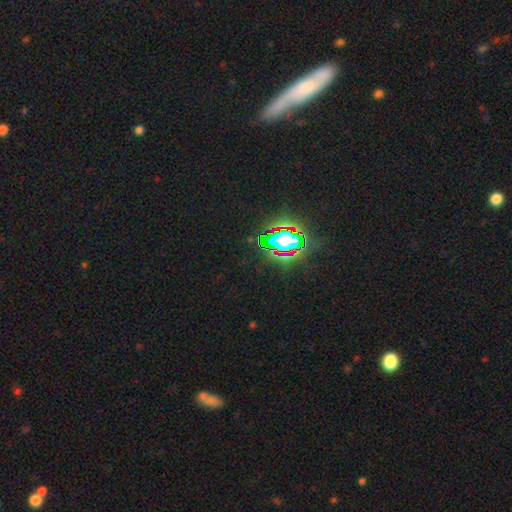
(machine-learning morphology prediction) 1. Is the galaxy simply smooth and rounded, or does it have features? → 75% star or artifact, 15% smooth, 11% featured or disk.